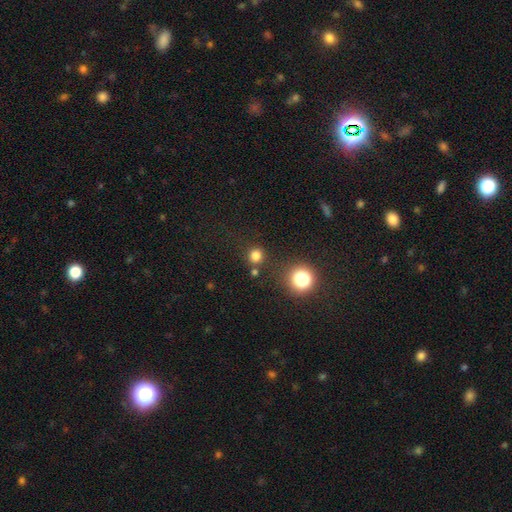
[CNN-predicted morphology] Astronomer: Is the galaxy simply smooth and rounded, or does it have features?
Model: smooth — 76%.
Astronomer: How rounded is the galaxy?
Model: round — 92%.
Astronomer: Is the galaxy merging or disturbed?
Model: none — 81%.